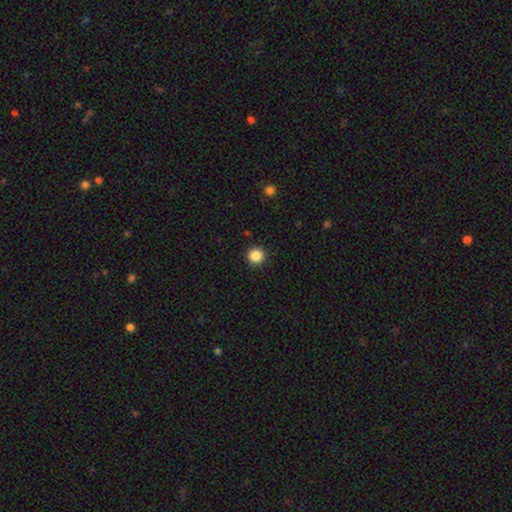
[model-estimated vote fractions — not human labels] Smooth or featured? Predicted: smooth (p=0.87). How rounded? Predicted: round (p=0.96). Merging? Predicted: none (p=0.93).